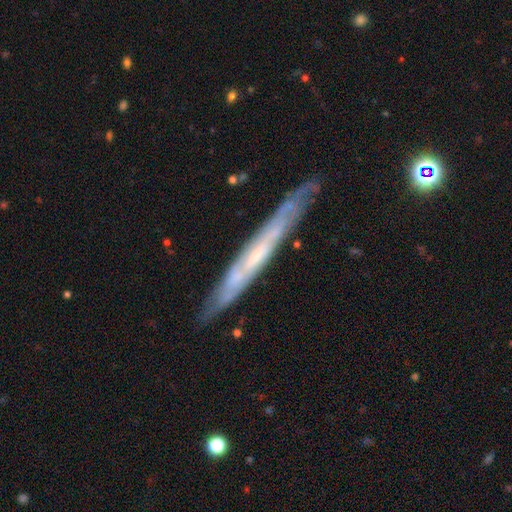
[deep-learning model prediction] featured or disk 72%, smooth 22%, star or artifact 6%. Down the decision tree: edge-on disk — yes (80%); edge-on bulge — none (73%); merging — none (81%).